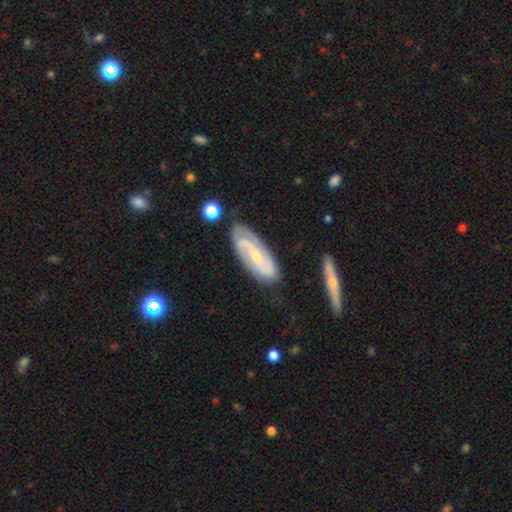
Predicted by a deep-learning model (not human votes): Q: Smooth or featured?
A: featured or disk (81%); runner-up: smooth (14%)
Q: Edge-on disk?
A: no (90%); runner-up: yes (10%)
Q: Bar?
A: weak (39%); runner-up: no (36%)
Q: Spiral arms?
A: yes (95%); runner-up: no (5%)
Q: Spiral winding?
A: medium (43%); runner-up: tight (34%)
Q: Spiral arm count?
A: 2 (85%); runner-up: can't tell (8%)
Q: Bulge size?
A: small (67%); runner-up: moderate (27%)
Q: Merging?
A: none (81%); runner-up: minor disturbance (13%)